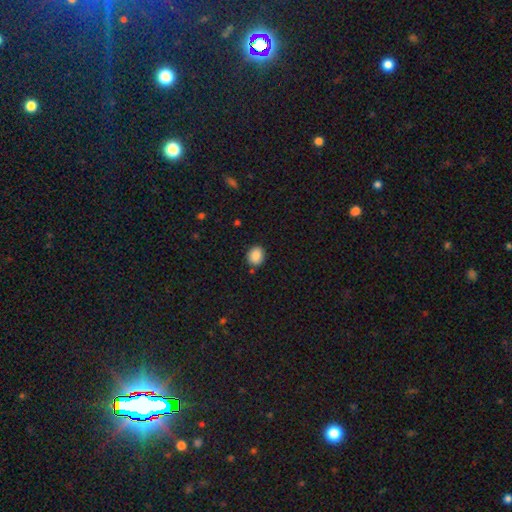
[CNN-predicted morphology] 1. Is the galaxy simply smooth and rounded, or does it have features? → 87% smooth, 9% star or artifact, 5% featured or disk.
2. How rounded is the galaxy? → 65% round, 34% in between, 1% cigar-shaped.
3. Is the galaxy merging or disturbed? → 85% none, 10% minor disturbance, 3% merger, 2% major disturbance.